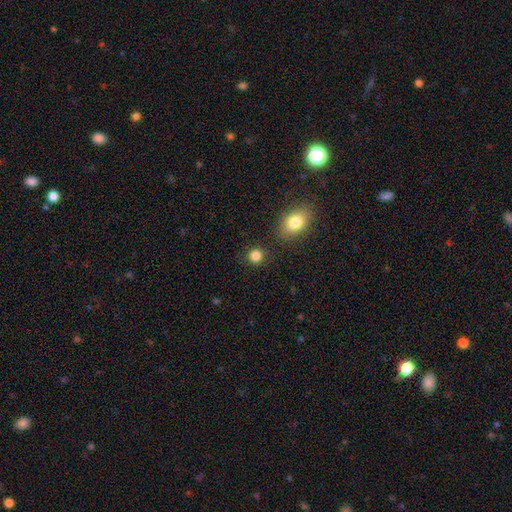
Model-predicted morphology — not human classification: type=smooth (84%); roundness=round (87%); merging=none (86%).